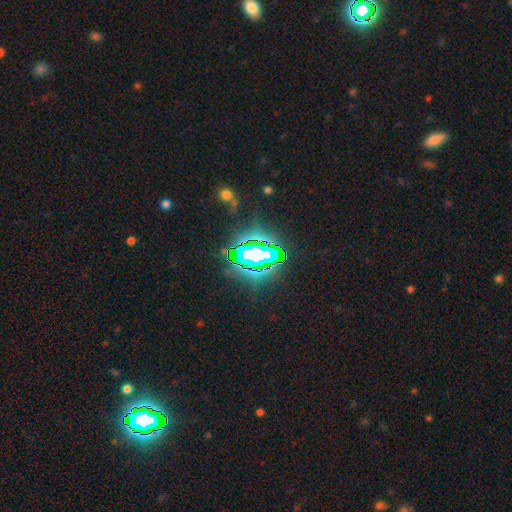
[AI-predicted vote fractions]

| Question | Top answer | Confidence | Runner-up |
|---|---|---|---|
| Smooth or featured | star or artifact | 69% | smooth (15%) |